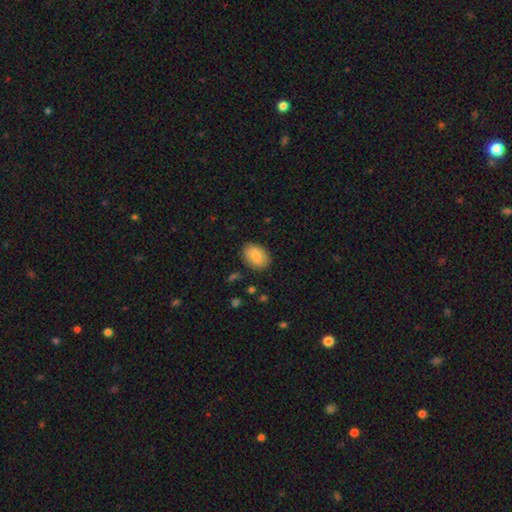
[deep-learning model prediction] Smooth or featured? Predicted: smooth (p=0.85). How rounded? Predicted: in between (p=0.82). Merging? Predicted: none (p=0.85).